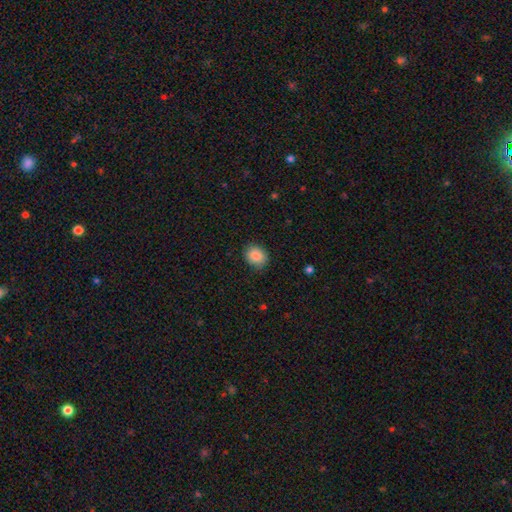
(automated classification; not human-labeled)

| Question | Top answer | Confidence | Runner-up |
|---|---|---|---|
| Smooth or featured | smooth | 86% | star or artifact (9%) |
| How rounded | round | 59% | in between (40%) |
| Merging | none | 85% | minor disturbance (11%) |